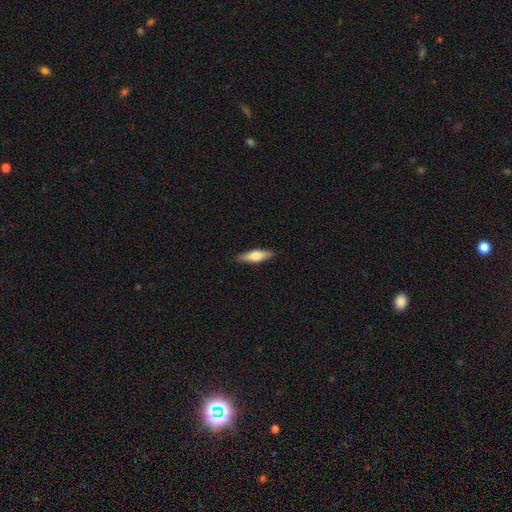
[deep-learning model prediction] Q: Smooth or featured?
A: smooth (63%); runner-up: featured or disk (32%)
Q: How rounded?
A: cigar-shaped (58%); runner-up: in between (39%)
Q: Merging?
A: none (89%); runner-up: minor disturbance (9%)